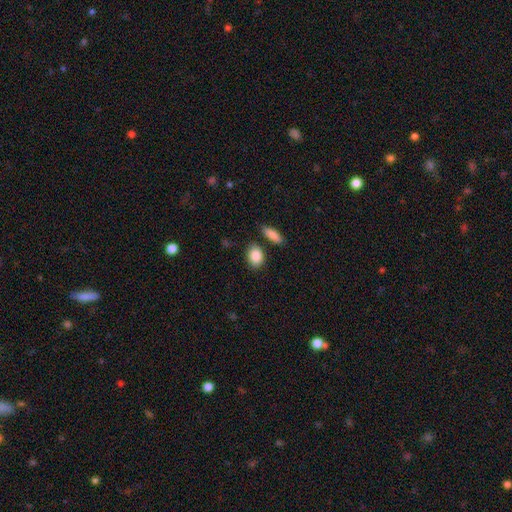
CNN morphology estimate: Overall: smooth (88%). How rounded: in between (75%). Merging: none (77%).